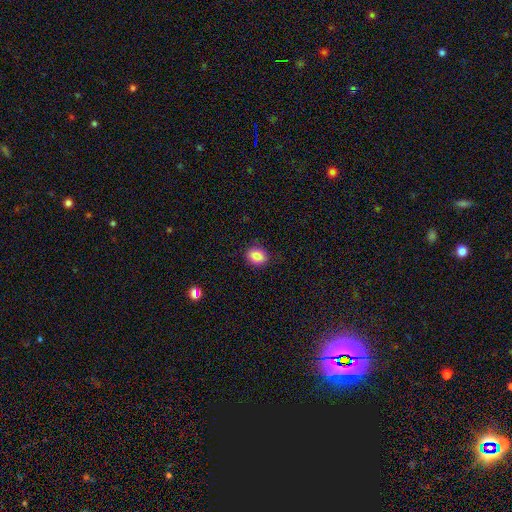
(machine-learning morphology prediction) Smooth or featured? smooth (86%)
How rounded? round (50%)
Merging? none (85%)